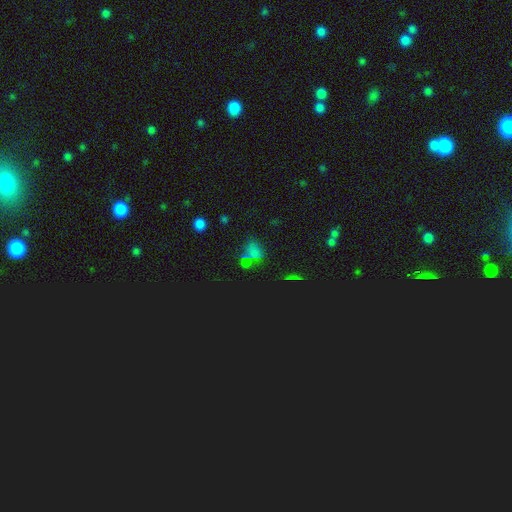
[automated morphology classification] This appears to be a star or artifact, not a galaxy (49%).